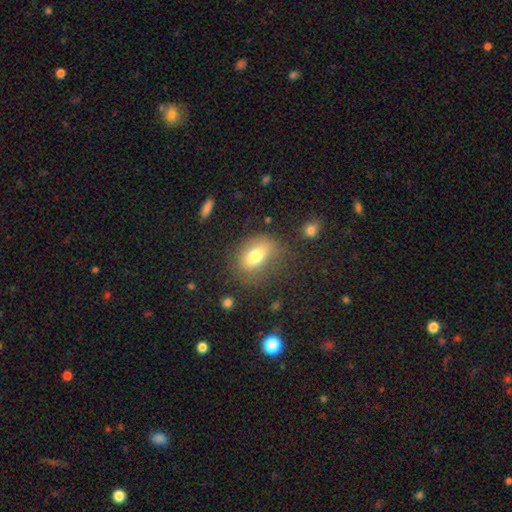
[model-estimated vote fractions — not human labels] Morphology: type=smooth (74%); roundness=in between (71%); merging=none (62%).